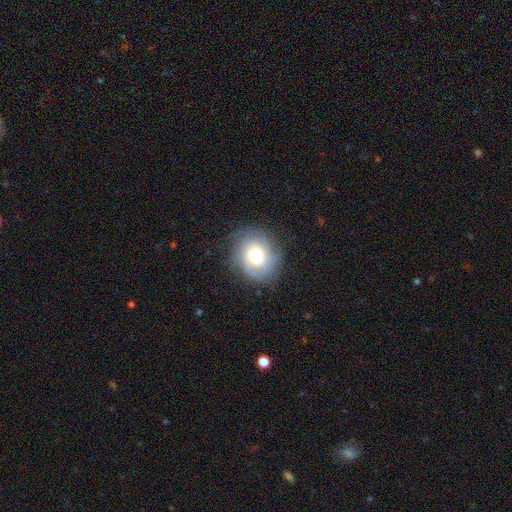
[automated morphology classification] smooth-or-featured: featured or disk: 50% | smooth: 41% | star or artifact: 10%
  merging: none: 76% | minor disturbance: 16% | major disturbance: 7% | merger: 1%